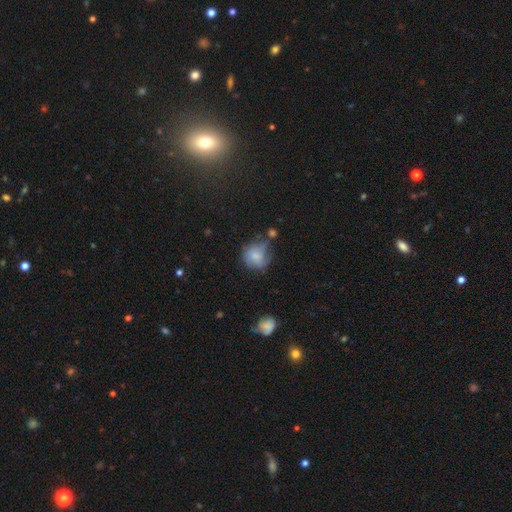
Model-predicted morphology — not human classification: A smooth galaxy with no disk features (64%) that is round (77%).

Vote fractions:
- Smooth or featured? smooth: 64% / featured or disk: 26% / star or artifact: 10%
- How rounded? round: 77% / in between: 22% / cigar-shaped: 1%
- Merging? none: 44% / minor disturbance: 31% / major disturbance: 18% / merger: 7%